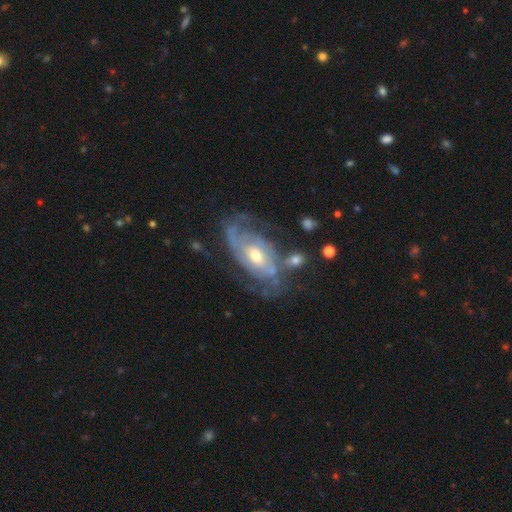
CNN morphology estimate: Smooth or featured? featured or disk (89%)
Edge-on disk? no (96%)
Bar? no (52%)
Spiral arms? yes (95%)
Spiral winding? tight (54%)
Spiral arm count? 2 (58%)
Bulge size? moderate (65%)
Merging? none (63%)